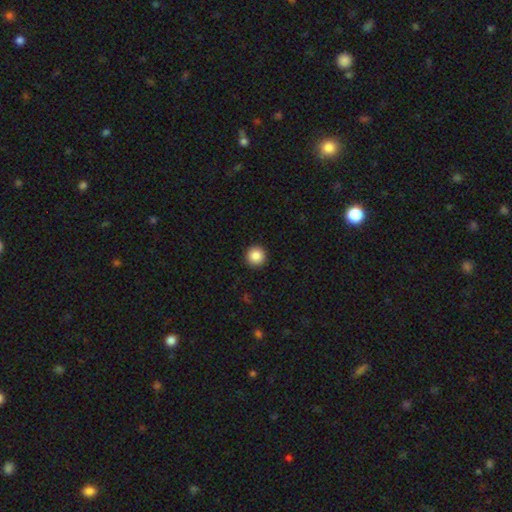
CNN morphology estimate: smooth-or-featured: smooth: 87% | star or artifact: 10% | featured or disk: 4%
  how-rounded: round: 96% | in between: 3% | cigar-shaped: 1%
  merging: none: 93% | minor disturbance: 4% | major disturbance: 1% | merger: 1%